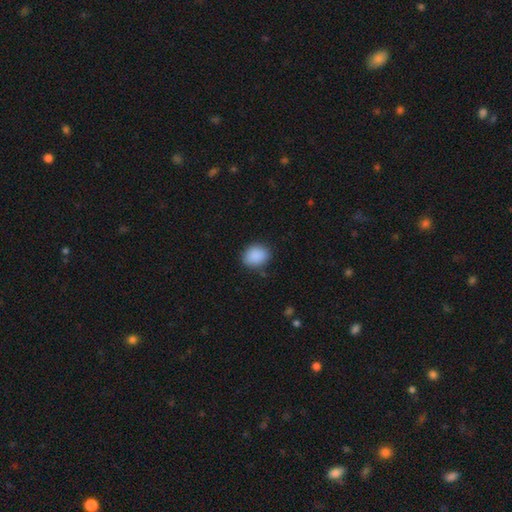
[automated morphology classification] The model was most divided on "how rounded": in between: 50%, round: 49%, cigar-shaped: 1%. More confident: smooth or featured — smooth (89%); merging — none (83%).